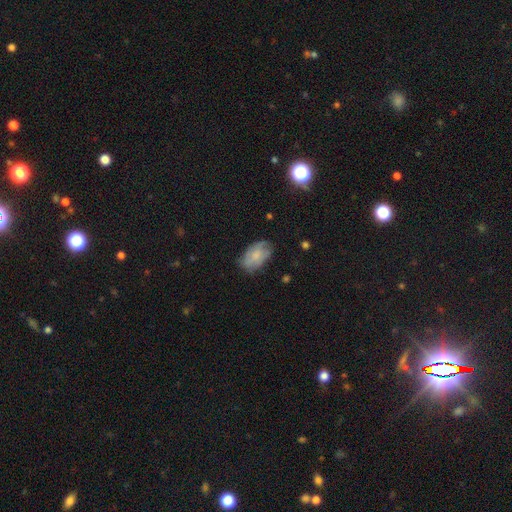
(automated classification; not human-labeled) This is likely a smooth galaxy (65%). How rounded: clearly in between (92%). Merging: likely none (64%).